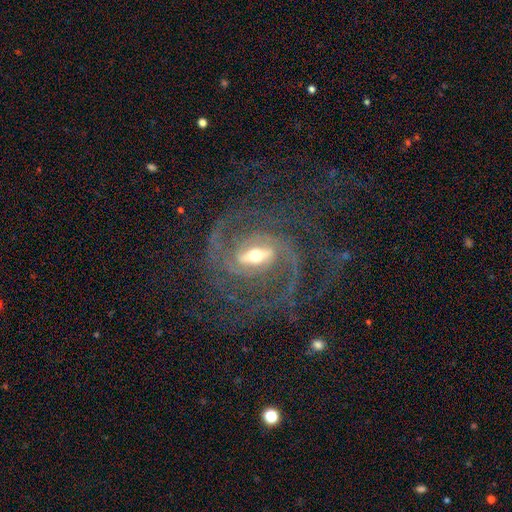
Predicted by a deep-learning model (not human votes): The model was most divided on "spiral winding": medium: 48%, tight: 39%, loose: 14%. More confident: spiral arms — yes (98%); edge-on disk — no (97%); smooth or featured — featured or disk (90%); merging — none (71%); bar — strong (58%); bulge size — moderate (54%); spiral arm count — 2 (54%).